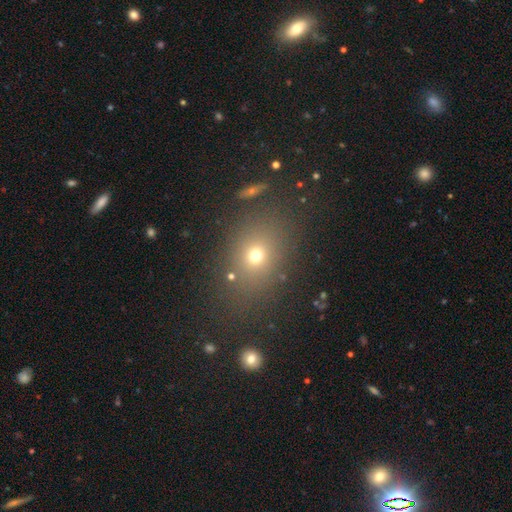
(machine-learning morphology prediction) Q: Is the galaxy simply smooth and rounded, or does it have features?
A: smooth — 68%.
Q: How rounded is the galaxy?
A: in between — 50%.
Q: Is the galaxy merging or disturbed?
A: none — 78%.